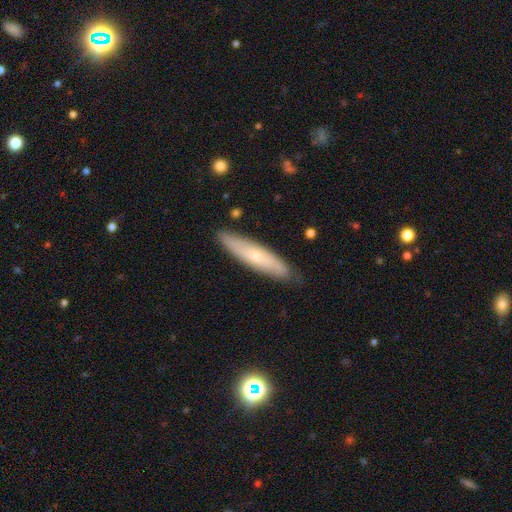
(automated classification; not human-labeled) Smooth or featured: smooth — 54% (featured or disk — 40%)
How rounded: cigar-shaped — 79% (in between — 20%)
Merging: none — 83% (minor disturbance — 14%)